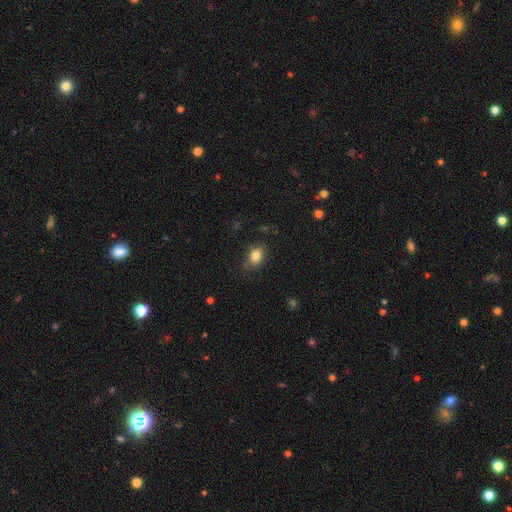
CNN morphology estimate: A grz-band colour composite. It shows a smooth galaxy with no disk features (82%) that is in between round and cigar-shaped (72%). Merging: none (80%).